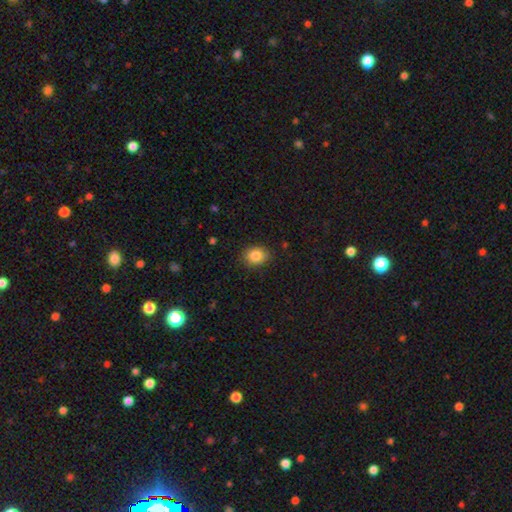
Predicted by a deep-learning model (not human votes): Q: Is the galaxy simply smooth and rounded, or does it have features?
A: smooth — 86%.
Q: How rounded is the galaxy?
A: in between — 51%.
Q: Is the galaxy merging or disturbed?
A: none — 86%.